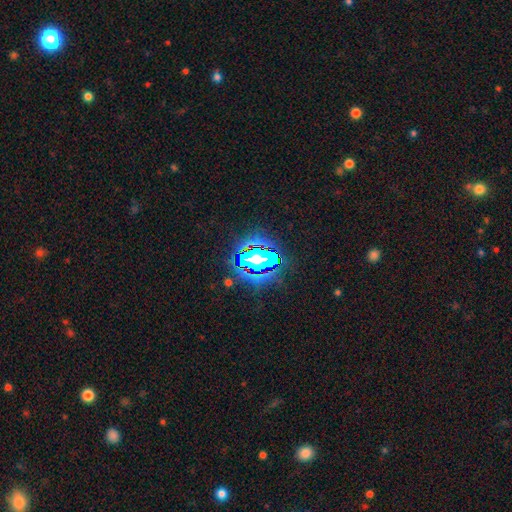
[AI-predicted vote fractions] Smooth or featured? Predicted: star or artifact (p=0.66).